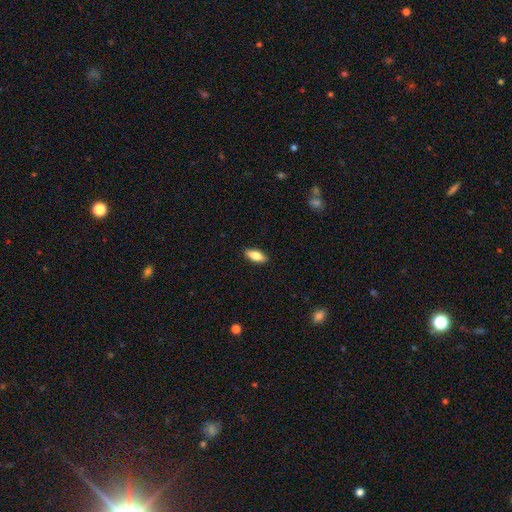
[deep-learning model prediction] This appears to be a smooth galaxy with no disk features (72%) that is in between round and cigar-shaped (75%). Merging: none (90%).